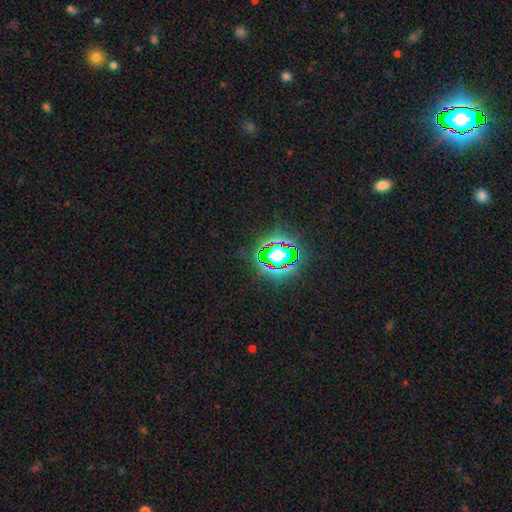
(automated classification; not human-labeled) A star or artifact, not a galaxy (76%).